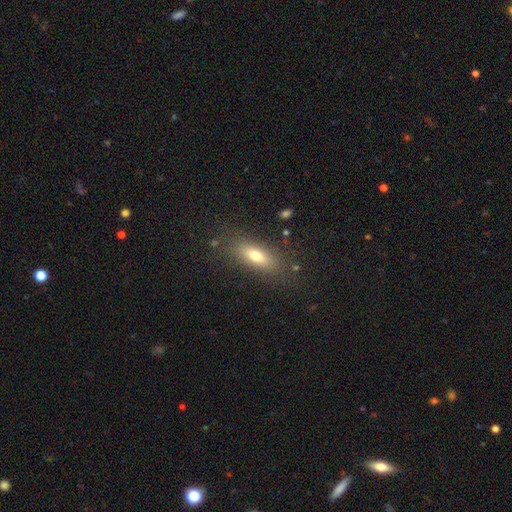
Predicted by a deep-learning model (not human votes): Smooth or featured? smooth (70%)
How rounded? in between (65%)
Merging? none (83%)